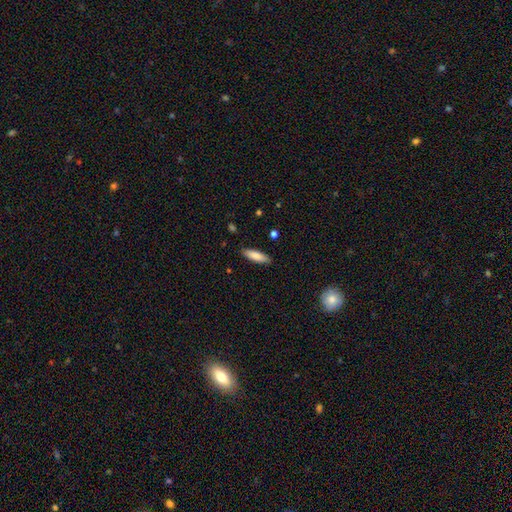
Smooth or featured? smooth (82%)
How rounded? in between (52%)
Merging? none (89%)